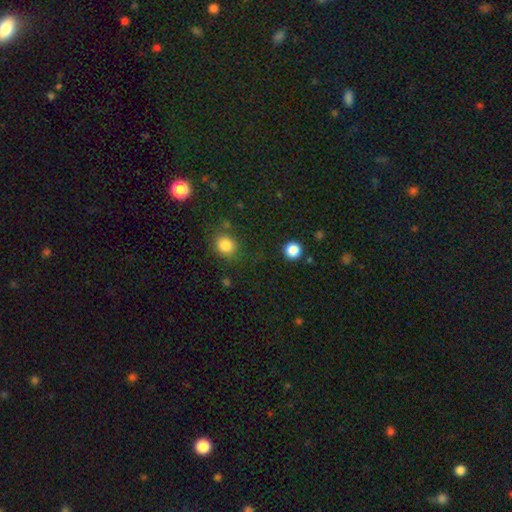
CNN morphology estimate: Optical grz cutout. It shows a smooth galaxy with no disk features (50%). Merging: none (78%).